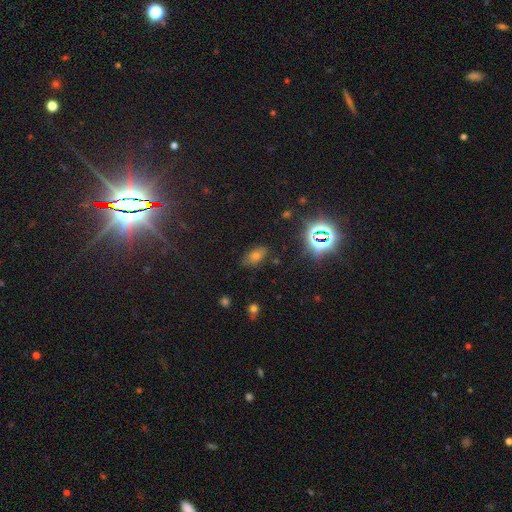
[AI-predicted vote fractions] Smooth or featured? Predicted: smooth (p=0.52). How rounded? Predicted: in between (p=0.87). Merging? Predicted: none (p=0.78).